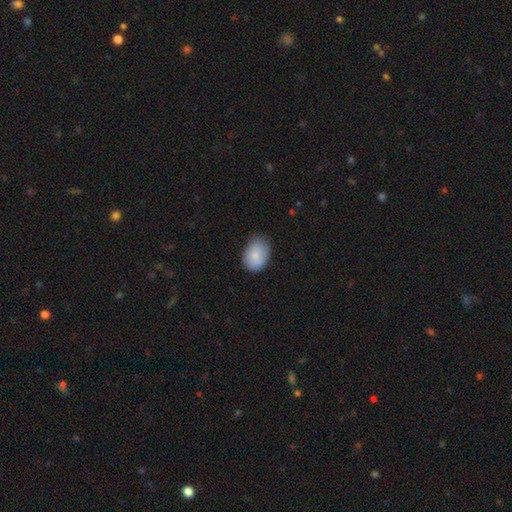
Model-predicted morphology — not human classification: This appears to be a smooth galaxy with no disk features (85%) that is in between round and cigar-shaped (78%). Merging: none (68%).